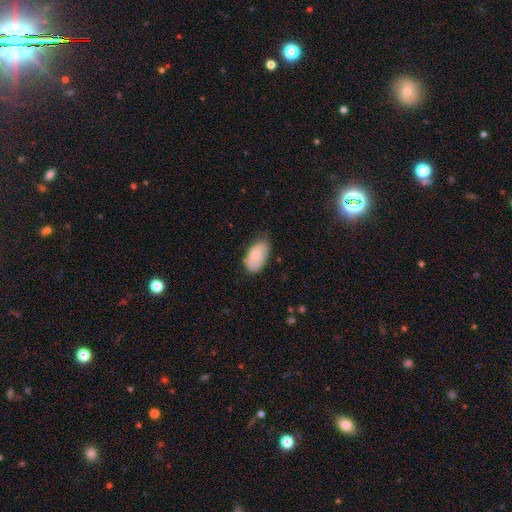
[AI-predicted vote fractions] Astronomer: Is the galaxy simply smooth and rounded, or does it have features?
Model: smooth — 77%.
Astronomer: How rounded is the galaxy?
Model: in between — 94%.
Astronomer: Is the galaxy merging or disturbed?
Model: none — 61%.